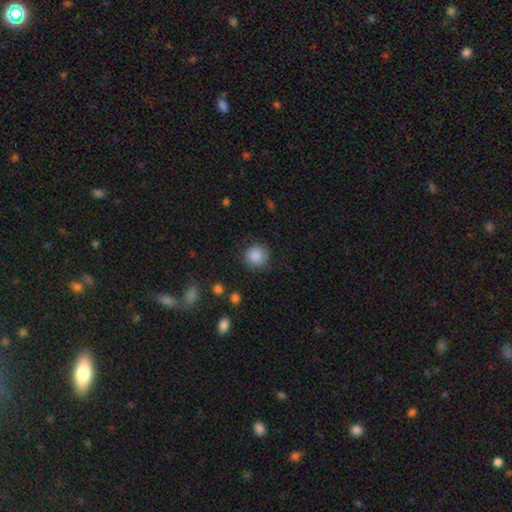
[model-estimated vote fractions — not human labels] smooth-or-featured: smooth: 86% | star or artifact: 9% | featured or disk: 5%
  how-rounded: round: 92% | in between: 7% | cigar-shaped: 1%
  merging: none: 86% | minor disturbance: 10% | major disturbance: 3% | merger: 1%